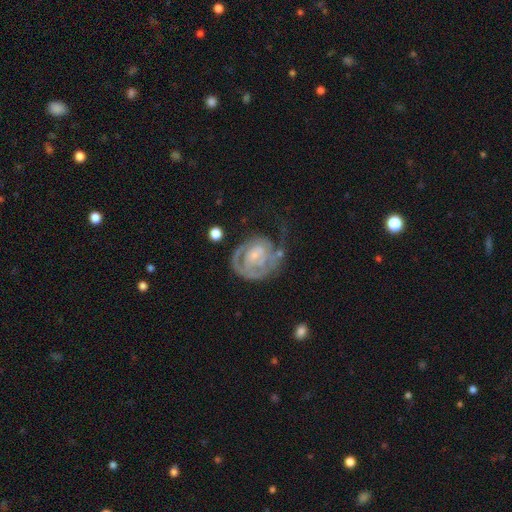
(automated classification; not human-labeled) featured or disk 81%, smooth 13%, star or artifact 6%. Down the decision tree: edge-on disk — no (98%); bar — no (62%); spiral arms — yes (87%); spiral arm count — 2 (30%); spiral winding — tight (65%); bulge size — small (72%); merging — none (41%).